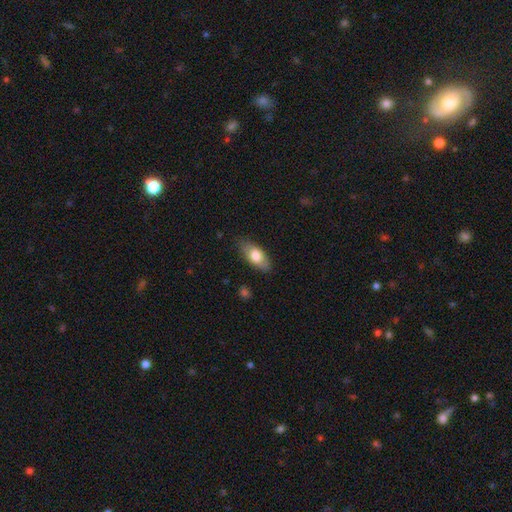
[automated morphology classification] Smooth or featured? smooth (74%)
How rounded? in between (85%)
Merging? none (82%)